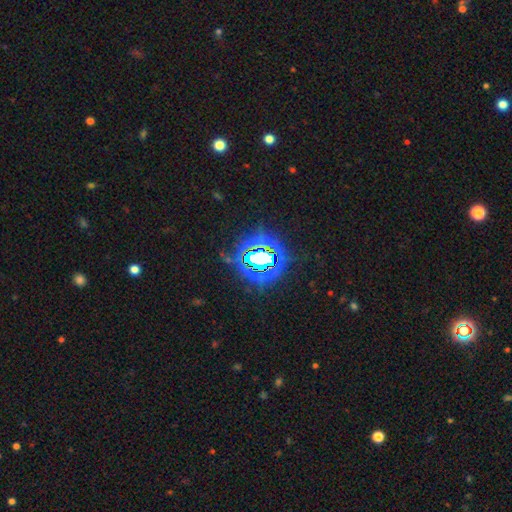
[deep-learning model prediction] This appears to be a star or artifact, not a galaxy (82%).